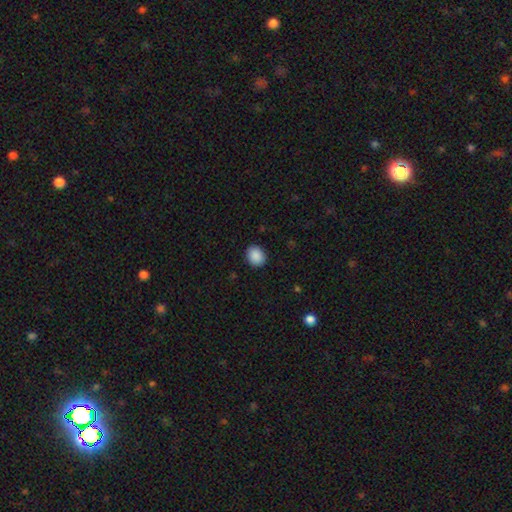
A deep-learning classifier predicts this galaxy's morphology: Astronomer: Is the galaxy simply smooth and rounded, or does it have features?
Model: smooth — 90%.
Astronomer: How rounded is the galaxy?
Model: round — 59% (runner-up: in between, 41%).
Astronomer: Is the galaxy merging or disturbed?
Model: none — 90%.